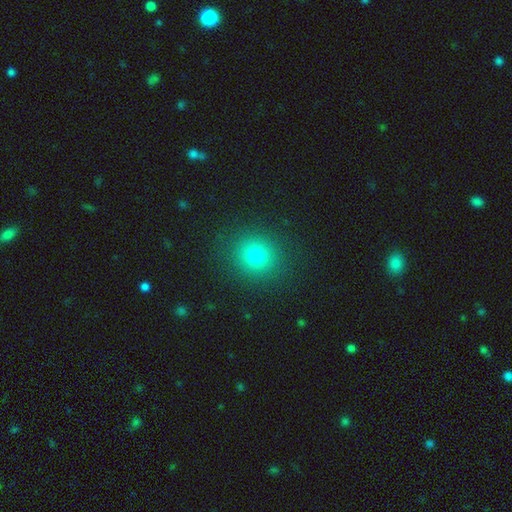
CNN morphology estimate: This appears to be a smooth galaxy with no disk features (77%) that is round (86%). Merging: none (89%).